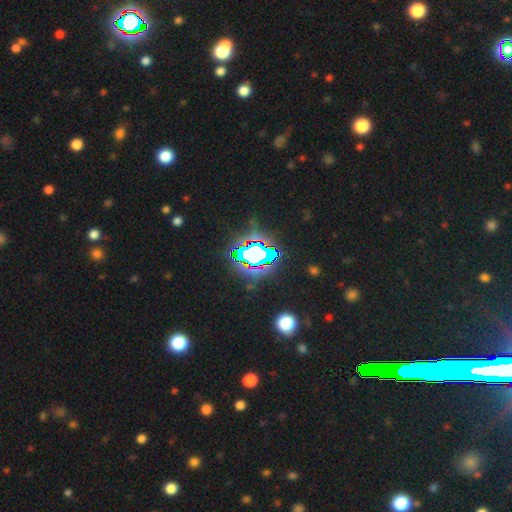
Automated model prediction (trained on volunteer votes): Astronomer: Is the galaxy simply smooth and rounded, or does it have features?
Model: star or artifact — 69%.